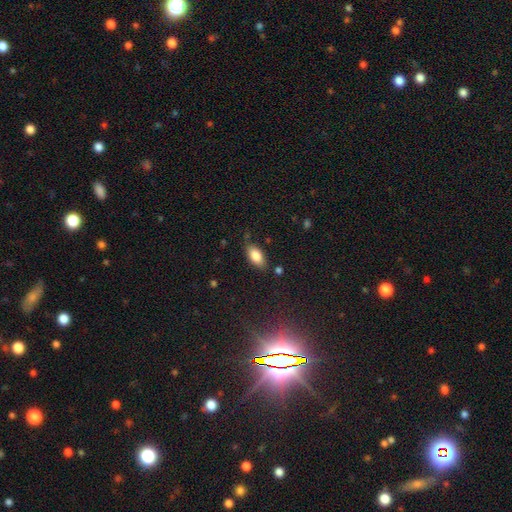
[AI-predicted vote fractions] This appears to be a smooth galaxy with no disk features (83%) that is in between round and cigar-shaped (92%). Merging: none (78%).